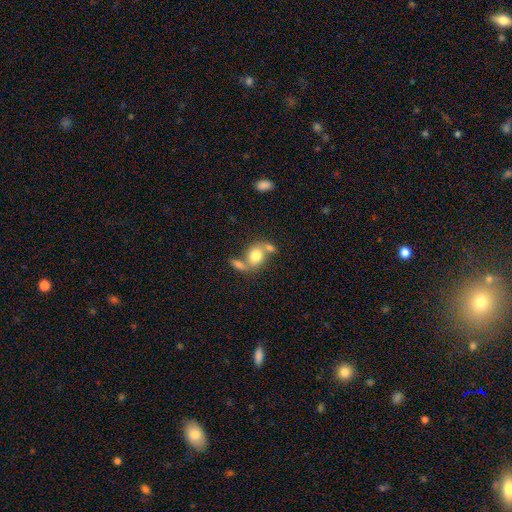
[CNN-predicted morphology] smooth 72%, featured or disk 19%, star or artifact 9%. Down the decision tree: how rounded — in between (57%); merging — merger (44%).